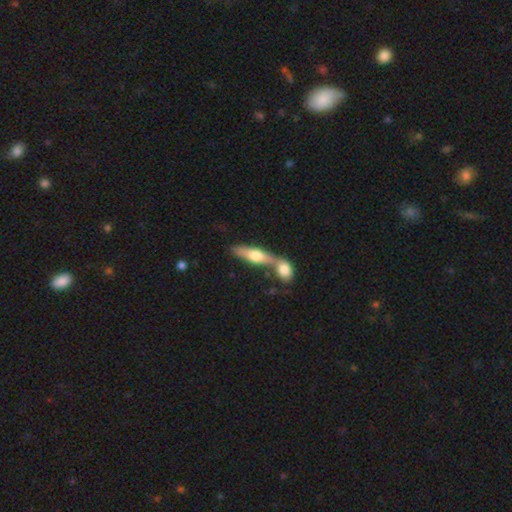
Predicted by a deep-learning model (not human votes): Morphology: type=smooth (53%); roundness=cigar-shaped (52%); merging=merger (55%).